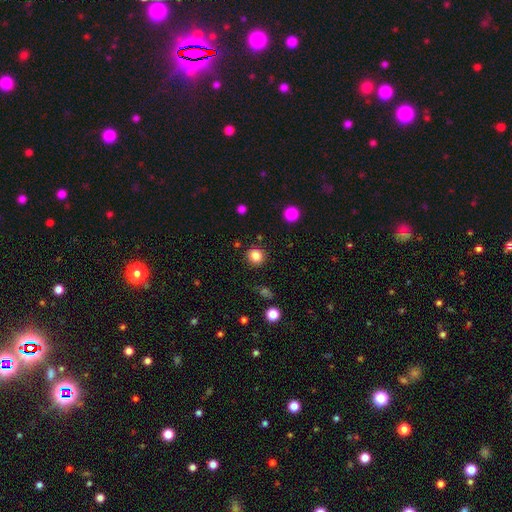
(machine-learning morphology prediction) Smooth or featured?
  - smooth: 83% *
  - star or artifact: 11%
  - featured or disk: 5%
How rounded?
  - round: 88% *
  - in between: 11%
  - cigar-shaped: 1%
Merging?
  - none: 88% *
  - minor disturbance: 7%
  - major disturbance: 2%
  - merger: 2%